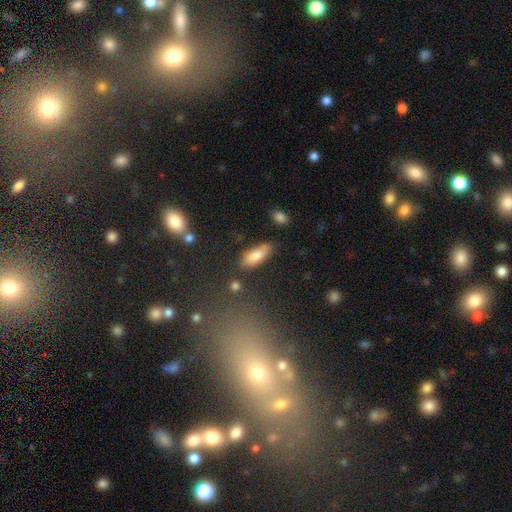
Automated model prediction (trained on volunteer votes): Morphology: type=smooth (82%); roundness=in between (72%); merging=none (77%).